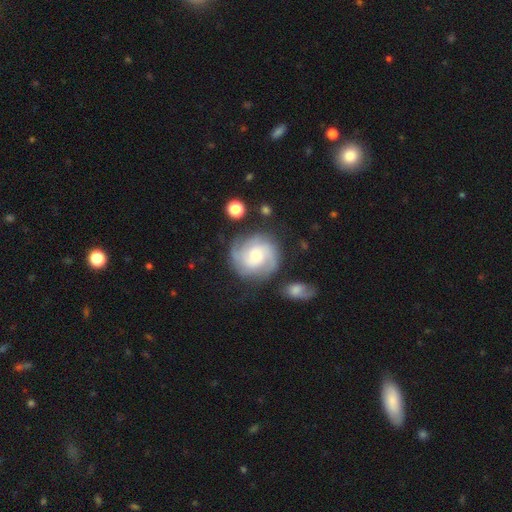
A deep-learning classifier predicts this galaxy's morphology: A featured or disk galaxy (79%) with no bar (66%), 3 (36%) tight (52%) spiral arms (96%) and a moderate central bulge (47%). Merging: none (76%).